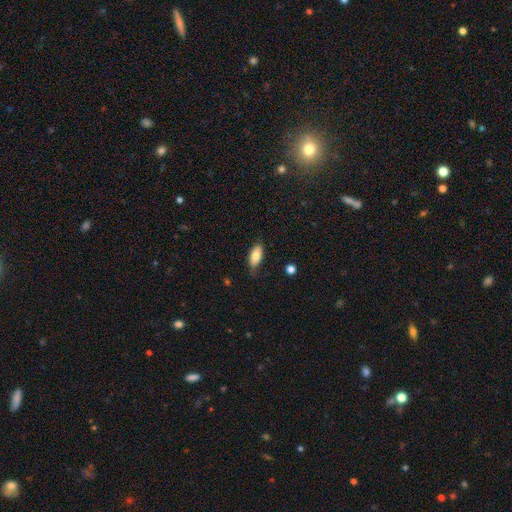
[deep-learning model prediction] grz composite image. It shows a smooth galaxy with no disk features (79%) that is in between round and cigar-shaped (86%). Merging: none (73%).